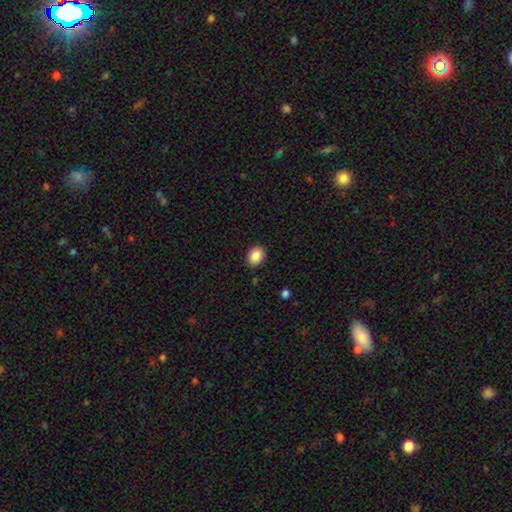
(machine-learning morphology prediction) smooth_or_featured: smooth (p=0.87) [alt: star or artifact p=0.08]
how_rounded: in between (p=0.55) [alt: round p=0.44]
merging: none (p=0.89) [alt: minor disturbance p=0.08]